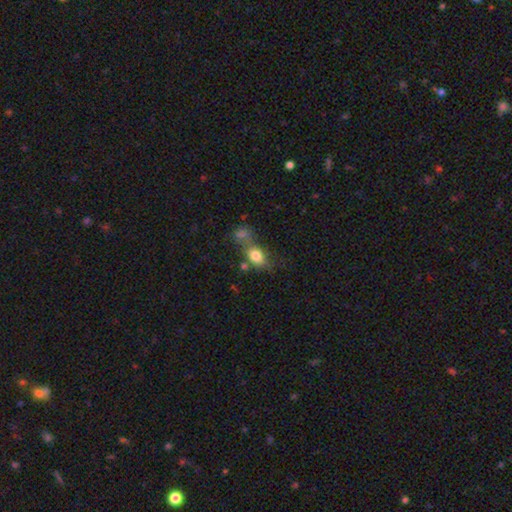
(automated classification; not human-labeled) This appears to be a smooth galaxy with no disk features (80%) that is in between round and cigar-shaped (70%). Merging: none (42%).